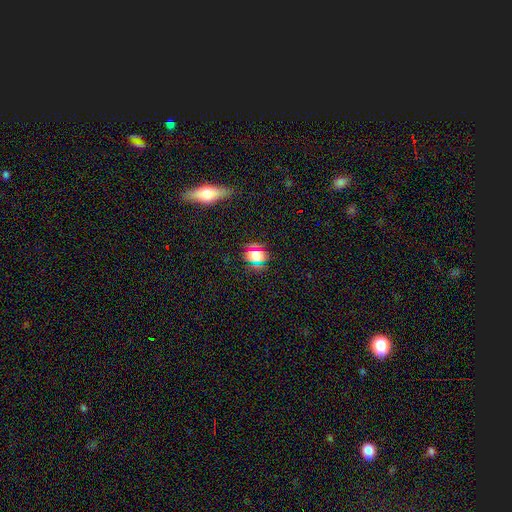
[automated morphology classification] smooth 57%, star or artifact 32%, featured or disk 11%. Down the decision tree: how rounded — round (62%); merging — none (82%).